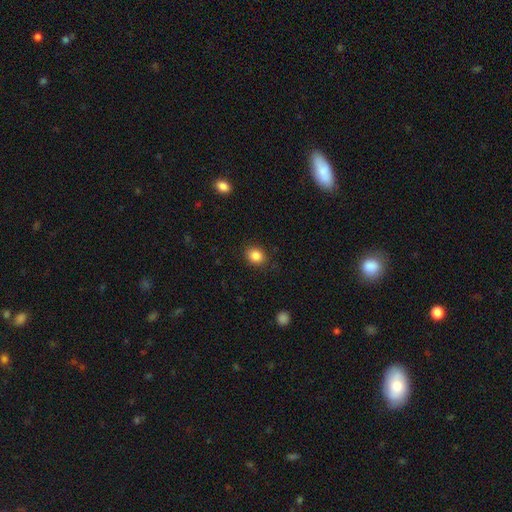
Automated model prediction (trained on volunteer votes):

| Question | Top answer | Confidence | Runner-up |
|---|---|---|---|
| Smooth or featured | smooth | 86% | star or artifact (10%) |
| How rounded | round | 60% | in between (39%) |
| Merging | none | 86% | minor disturbance (10%) |